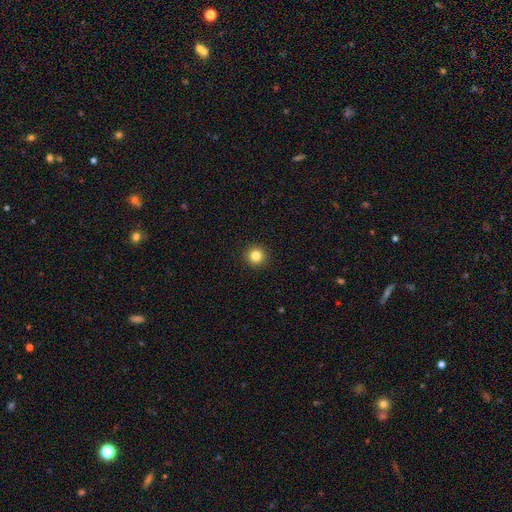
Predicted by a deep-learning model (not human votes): Q: Smooth or featured?
A: smooth (83%); runner-up: star or artifact (12%)
Q: How rounded?
A: round (96%); runner-up: in between (3%)
Q: Merging?
A: none (93%); runner-up: minor disturbance (4%)